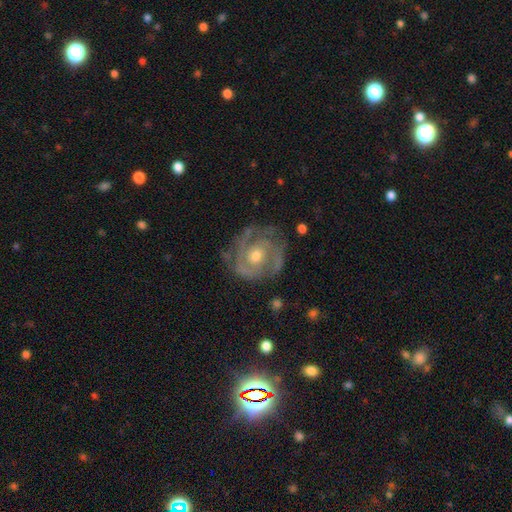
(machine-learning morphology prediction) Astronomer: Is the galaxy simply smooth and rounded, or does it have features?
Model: featured or disk — 87%.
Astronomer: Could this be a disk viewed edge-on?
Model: no — 98%.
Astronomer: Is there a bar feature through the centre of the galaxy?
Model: no — 69%.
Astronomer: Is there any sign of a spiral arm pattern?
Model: yes — 95%.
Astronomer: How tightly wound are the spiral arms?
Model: tight — 64%.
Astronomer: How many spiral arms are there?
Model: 2 — 37% (runner-up: 3, 28%).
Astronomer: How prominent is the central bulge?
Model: moderate — 57% (runner-up: small, 39%).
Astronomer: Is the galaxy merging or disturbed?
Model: none — 75%.